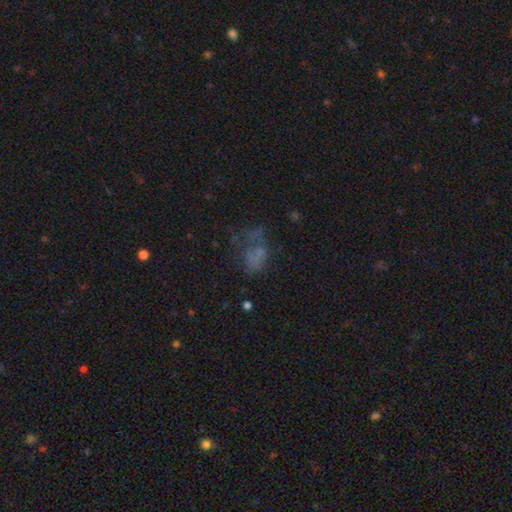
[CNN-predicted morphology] This appears to be a smooth galaxy with no disk features (47%). Merging: major disturbance (38%).